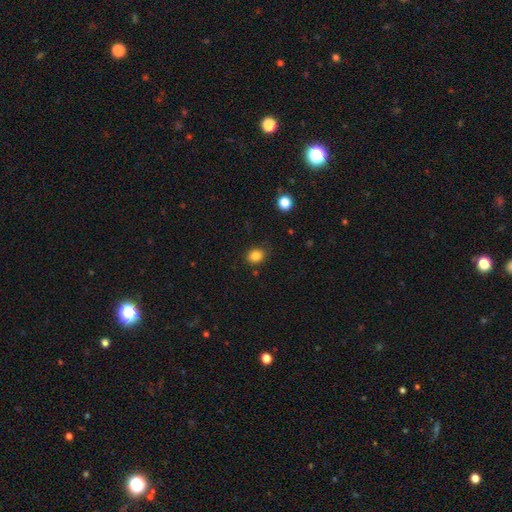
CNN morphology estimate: Smooth or featured? Predicted: smooth (p=0.84). How rounded? Predicted: round (p=0.60). Merging? Predicted: none (p=0.82).